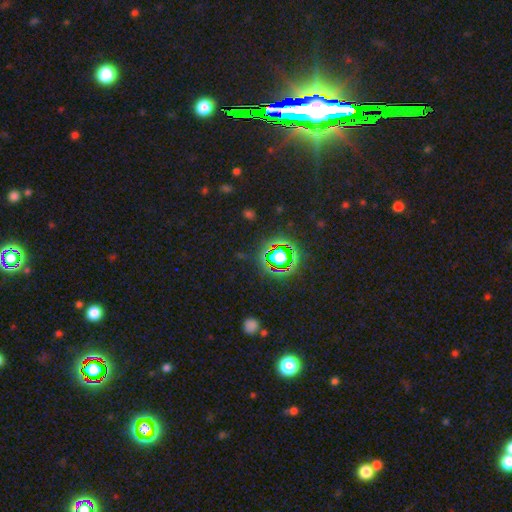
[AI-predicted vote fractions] smooth_or_featured: star or artifact (p=0.82) [alt: smooth p=0.10]